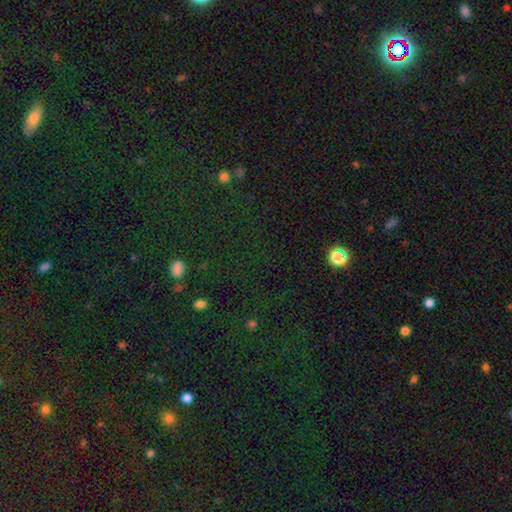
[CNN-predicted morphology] star or artifact 72%, smooth 19%, featured or disk 8%.